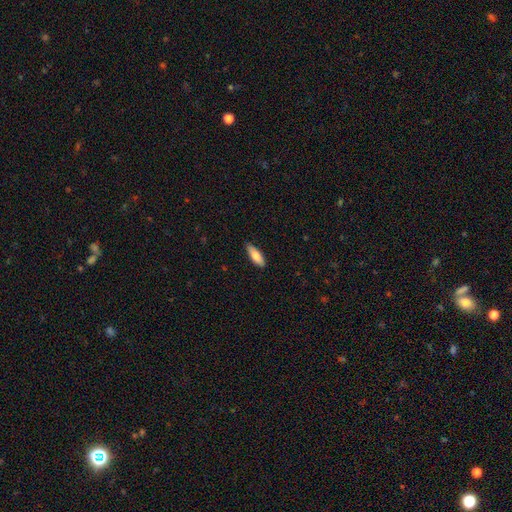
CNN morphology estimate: type=smooth (75%); roundness=in between (58%); merging=none (87%).